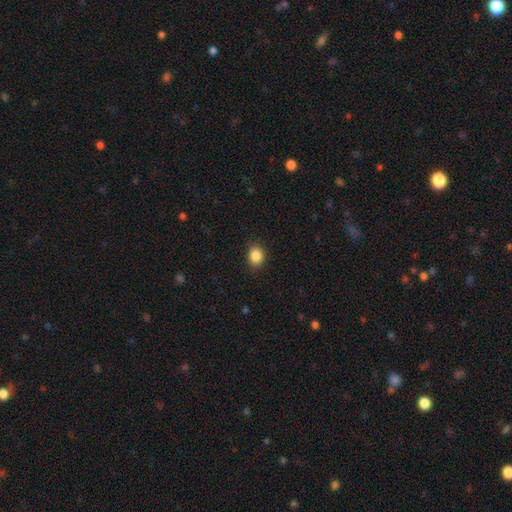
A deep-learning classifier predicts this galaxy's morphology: A smooth galaxy with no disk features (87%) that is round (54%).

Vote fractions:
- Smooth or featured? smooth: 87% / star or artifact: 10% / featured or disk: 4%
- How rounded? round: 54% / in between: 46% / cigar-shaped: 1%
- Merging? none: 88% / minor disturbance: 9% / major disturbance: 2% / merger: 1%